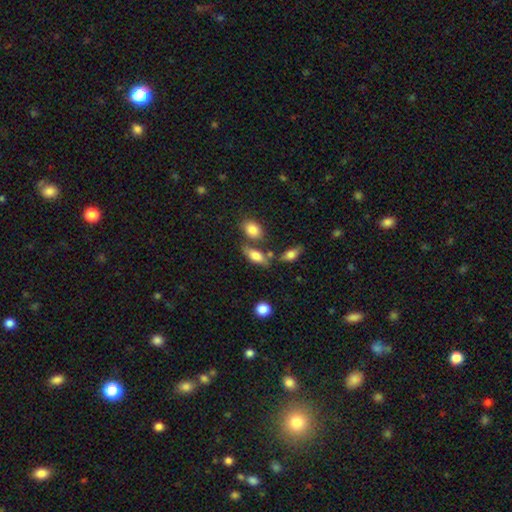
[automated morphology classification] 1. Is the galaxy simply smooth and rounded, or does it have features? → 70% smooth, 21% featured or disk, 9% star or artifact.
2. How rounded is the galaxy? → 77% in between, 17% cigar-shaped, 6% round.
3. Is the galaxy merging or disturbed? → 61% none, 17% merger, 16% minor disturbance, 6% major disturbance.